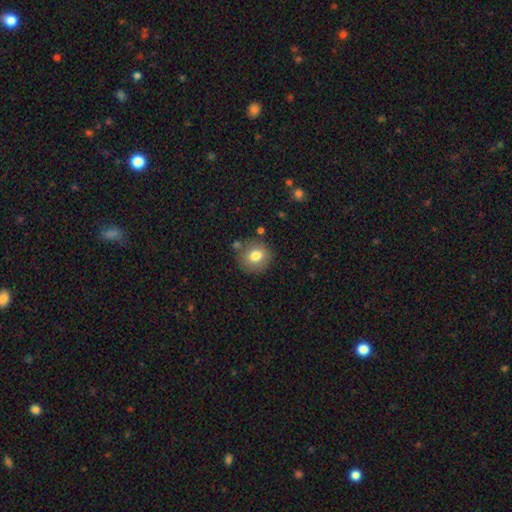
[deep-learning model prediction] smooth-or-featured: smooth: 79% | featured or disk: 12% | star or artifact: 10%
  how-rounded: round: 84% | in between: 16% | cigar-shaped: 1%
  merging: none: 79% | minor disturbance: 12% | merger: 5% | major disturbance: 4%